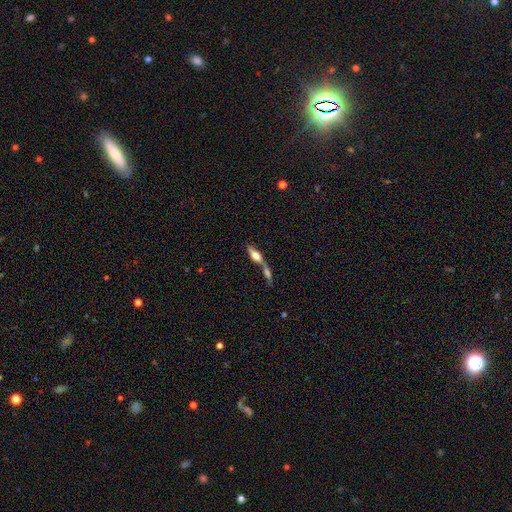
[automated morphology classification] Smooth or featured? Predicted: smooth (p=0.46). Merging? Predicted: merger (p=0.56).